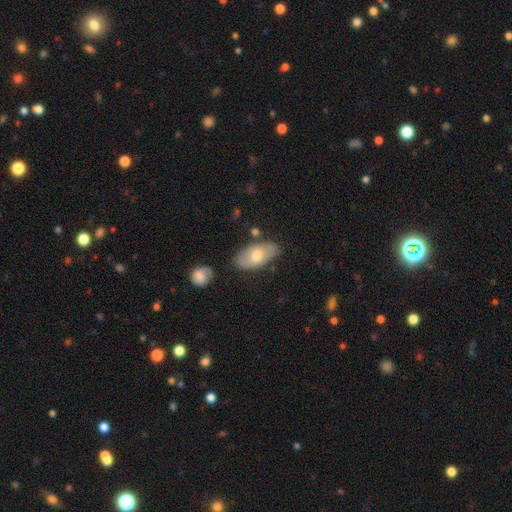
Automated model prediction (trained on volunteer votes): smooth-or-featured: smooth: 62% | featured or disk: 32% | star or artifact: 6%
  how-rounded: in between: 93% | cigar-shaped: 4% | round: 4%
  merging: none: 77% | minor disturbance: 15% | merger: 5% | major disturbance: 3%